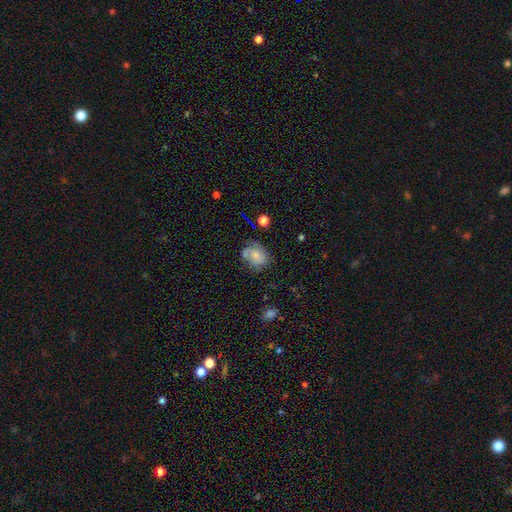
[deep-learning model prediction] Smooth or featured: smooth — 51% (featured or disk — 38%)
How rounded: in between — 55% (round — 44%)
Merging: none — 48% (minor disturbance — 26%)